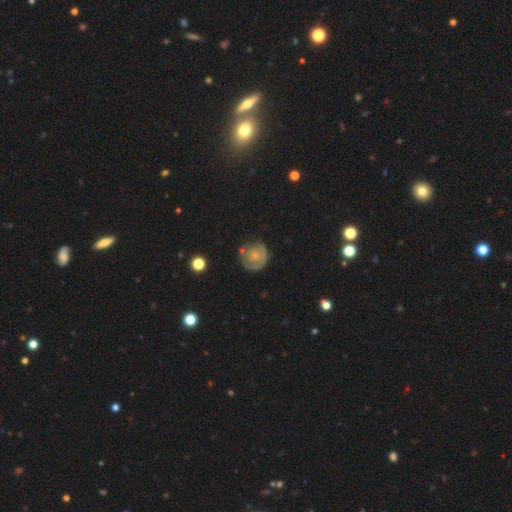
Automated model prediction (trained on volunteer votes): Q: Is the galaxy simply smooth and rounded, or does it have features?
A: featured or disk — 55%.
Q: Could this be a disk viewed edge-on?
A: no — 97%.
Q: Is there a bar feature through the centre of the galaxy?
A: no — 84%.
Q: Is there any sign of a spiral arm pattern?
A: yes — 61%.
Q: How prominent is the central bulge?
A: small — 65%.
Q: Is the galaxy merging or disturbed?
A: none — 63%.